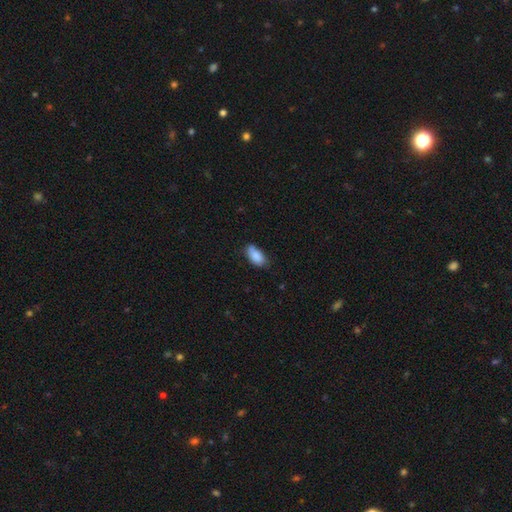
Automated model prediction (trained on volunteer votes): Smooth or featured? Predicted: smooth (p=0.87). How rounded? Predicted: in between (p=0.91). Merging? Predicted: none (p=0.71).